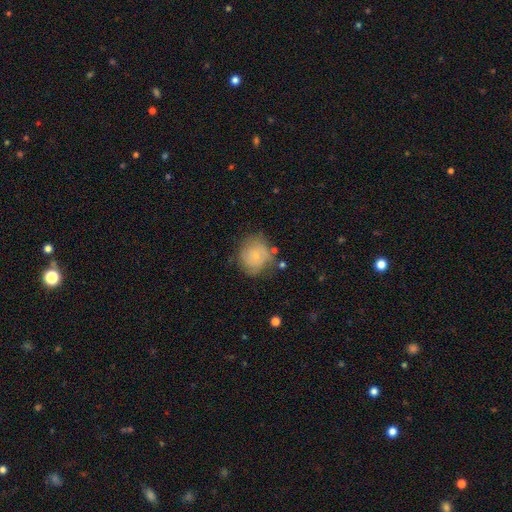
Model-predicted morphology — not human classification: Smooth or featured? Predicted: smooth (p=0.59). How rounded? Predicted: round (p=0.81). Merging? Predicted: none (p=0.60).